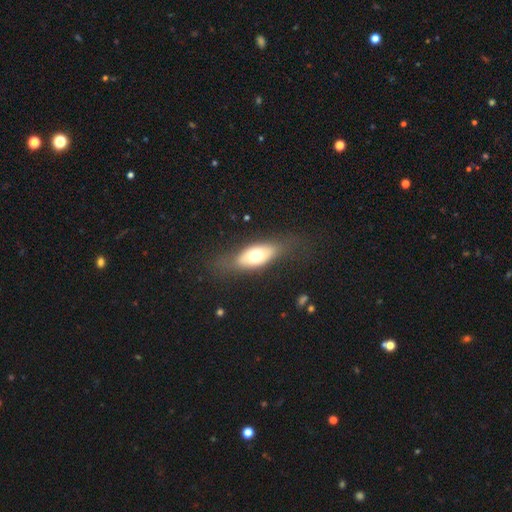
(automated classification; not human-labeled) smooth-or-featured: smooth: 59% | featured or disk: 34% | star or artifact: 7%
  how-rounded: in between: 76% | cigar-shaped: 19% | round: 4%
  merging: none: 71% | minor disturbance: 18% | major disturbance: 10% | merger: 1%